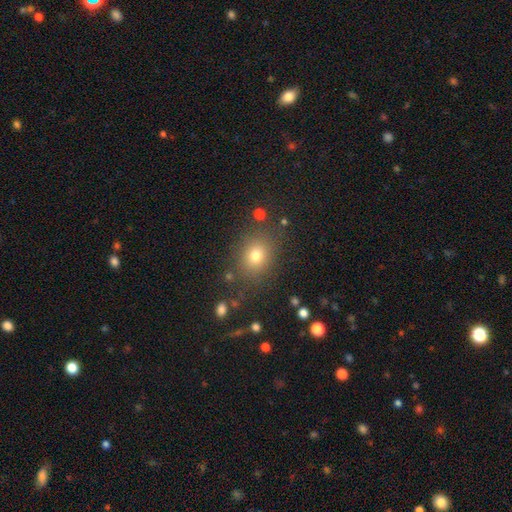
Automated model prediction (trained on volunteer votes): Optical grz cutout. It shows a smooth galaxy with no disk features (75%) that is round (64%). Merging: none (82%).